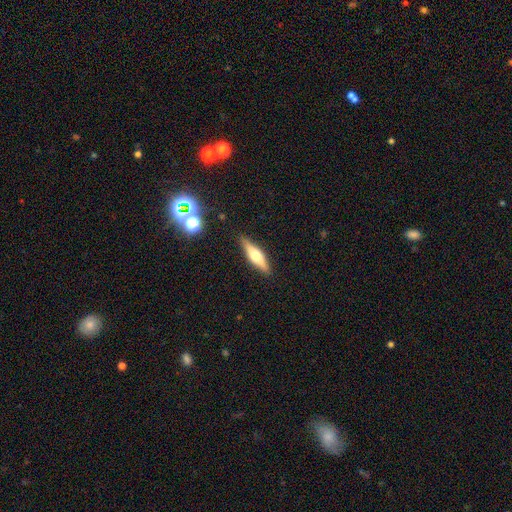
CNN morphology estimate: Overall: featured or disk (53%; smooth 40%). Edge-on disk: yes (92%). Merging: none (88%).